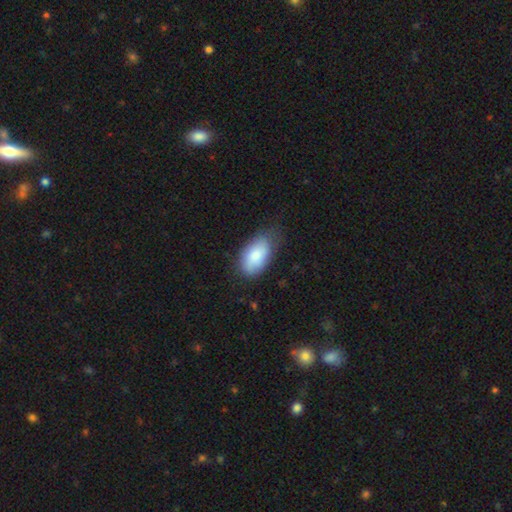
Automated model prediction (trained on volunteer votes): This is clearly a smooth galaxy (81%). How rounded: clearly in between (94%). Merging: likely none (64%).